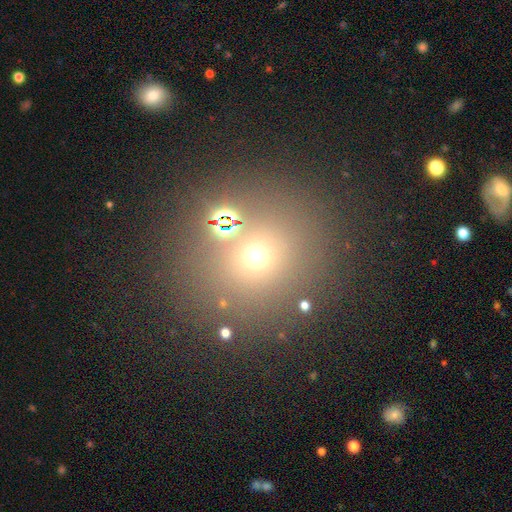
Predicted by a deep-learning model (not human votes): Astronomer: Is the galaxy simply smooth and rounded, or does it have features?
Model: smooth — 62%.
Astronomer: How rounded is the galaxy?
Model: round — 76%.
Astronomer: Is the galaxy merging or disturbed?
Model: none — 75%.